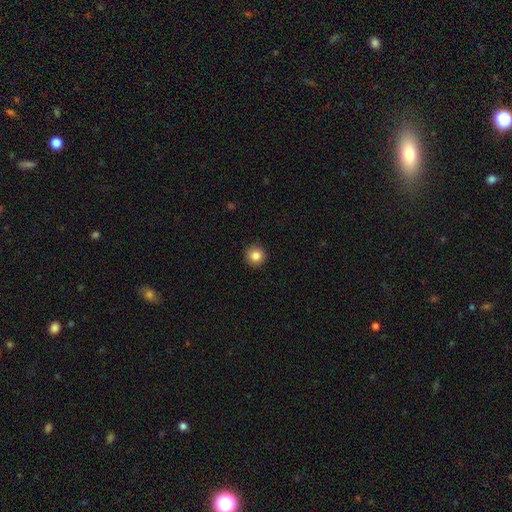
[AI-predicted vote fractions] The model was most divided on "smooth or featured": smooth: 85%, star or artifact: 10%, featured or disk: 5%. More confident: how rounded — round (95%); merging — none (92%).